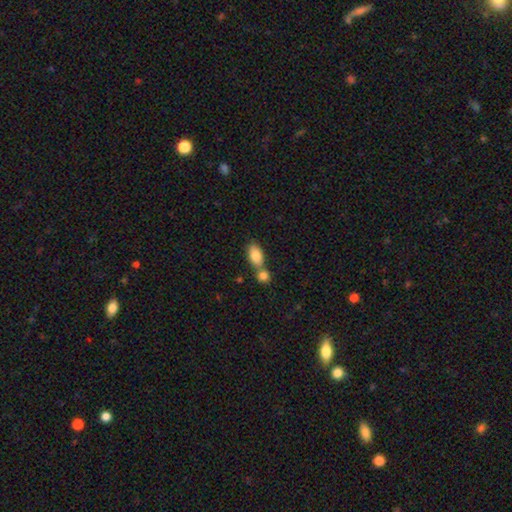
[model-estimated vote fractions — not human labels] Smooth or featured? smooth (84%)
How rounded? in between (88%)
Merging? none (44%)